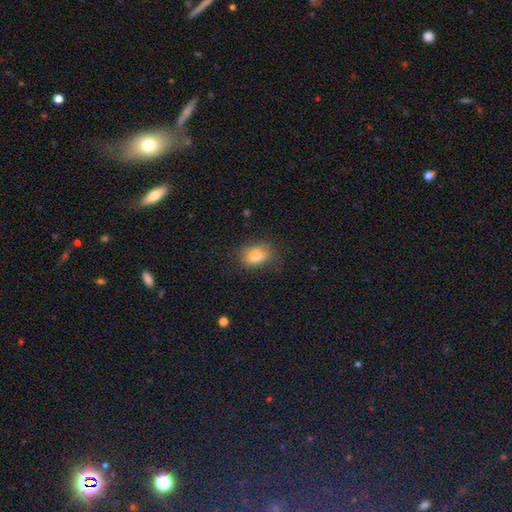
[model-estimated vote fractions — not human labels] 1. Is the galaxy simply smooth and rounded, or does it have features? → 79% smooth, 12% featured or disk, 9% star or artifact.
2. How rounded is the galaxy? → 73% in between, 25% round, 2% cigar-shaped.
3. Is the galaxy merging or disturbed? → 74% none, 19% minor disturbance, 5% major disturbance, 1% merger.